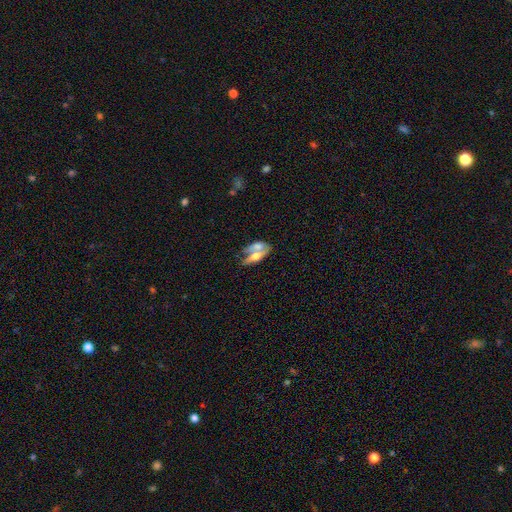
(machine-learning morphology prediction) Smooth or featured? smooth (48%)
Merging? merger (60%)